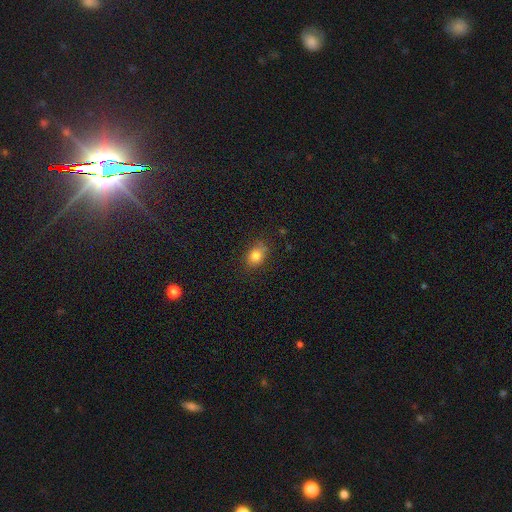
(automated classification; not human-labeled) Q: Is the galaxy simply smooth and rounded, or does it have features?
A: smooth — 81%.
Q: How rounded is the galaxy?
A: in between — 54%.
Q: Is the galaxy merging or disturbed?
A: none — 75%.